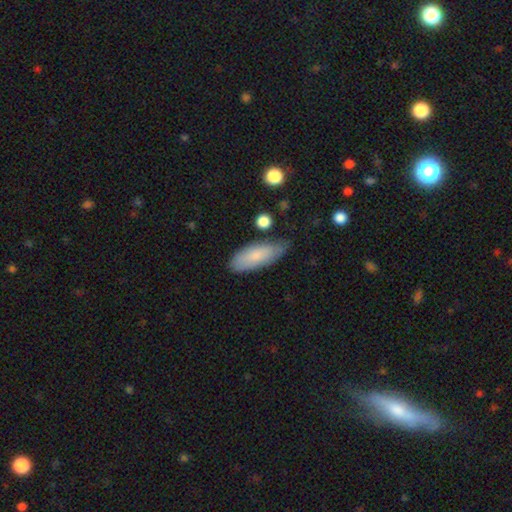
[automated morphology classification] The model was most divided on "merging": none: 64%, minor disturbance: 29%, major disturbance: 5%, merger: 2%. More confident: smooth or featured — smooth (79%); how rounded — in between (76%).